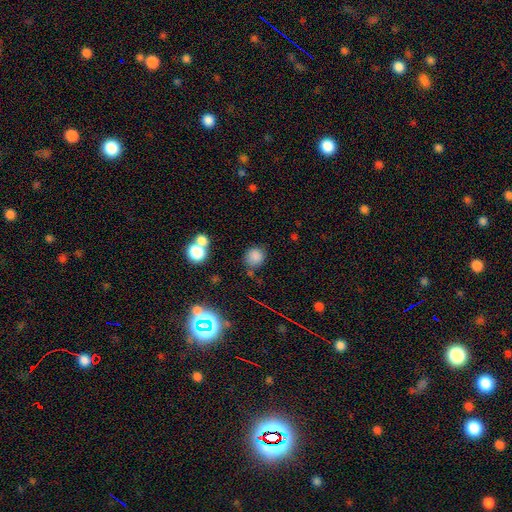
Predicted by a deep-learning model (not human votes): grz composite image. It shows a smooth galaxy with no disk features (80%) that is round (80%). Merging: none (71%).